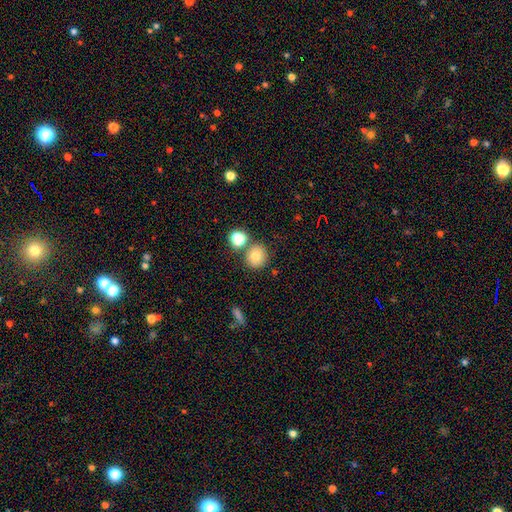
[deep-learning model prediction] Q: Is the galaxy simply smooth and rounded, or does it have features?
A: smooth — 79%.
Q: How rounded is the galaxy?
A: round — 86%.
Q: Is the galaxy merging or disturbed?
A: none — 72%.